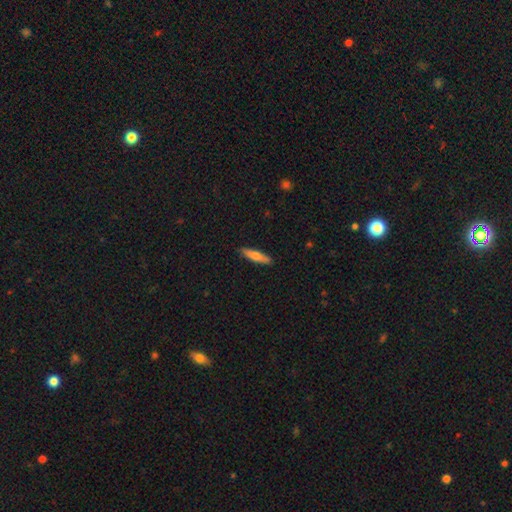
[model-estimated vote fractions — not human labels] This is likely a smooth galaxy (67%). How rounded: likely cigar-shaped (79%). Merging: clearly none (88%).